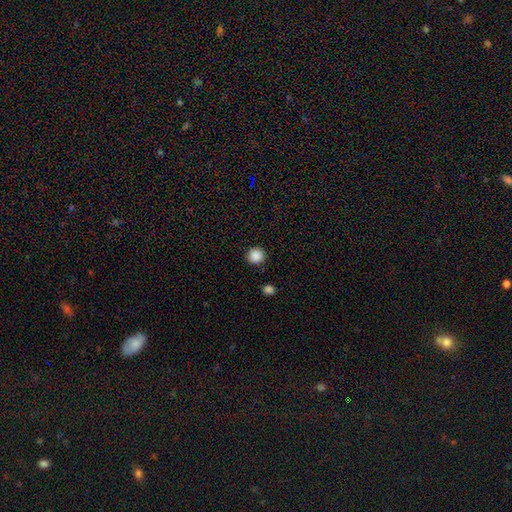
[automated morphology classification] smooth 89%, star or artifact 9%, featured or disk 2%. Down the decision tree: how rounded — round (94%); merging — none (91%).